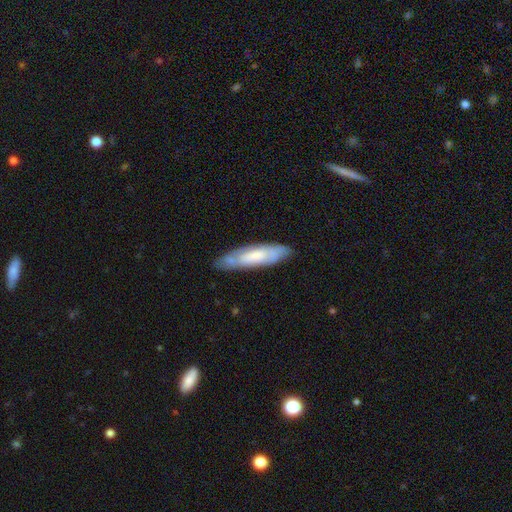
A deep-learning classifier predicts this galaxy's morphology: Smooth or featured? smooth (49%)
Merging? none (75%)